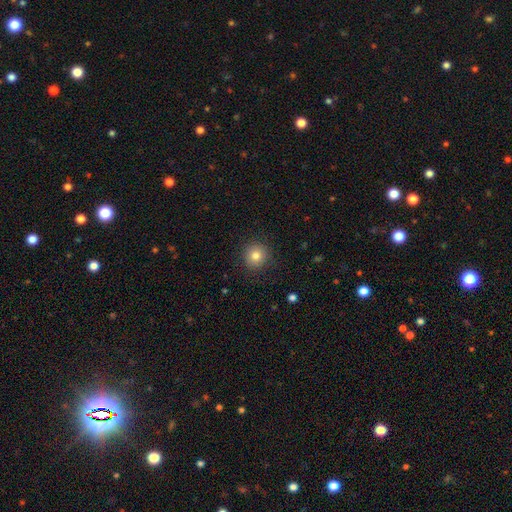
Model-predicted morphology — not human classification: This appears to be a smooth galaxy with no disk features (82%) that is round (92%). Merging: none (89%).